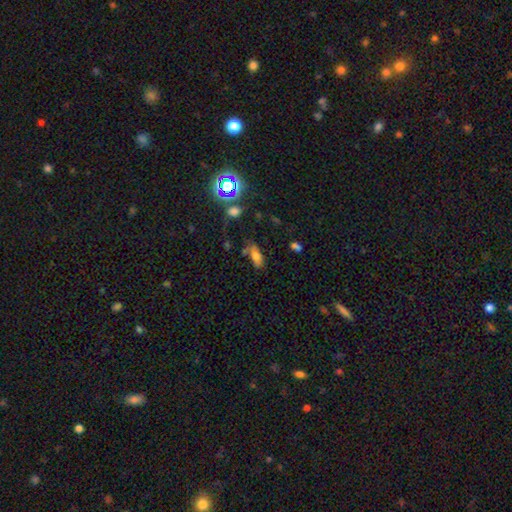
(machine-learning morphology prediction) type=smooth (69%); roundness=in between (81%); merging=none (58%).